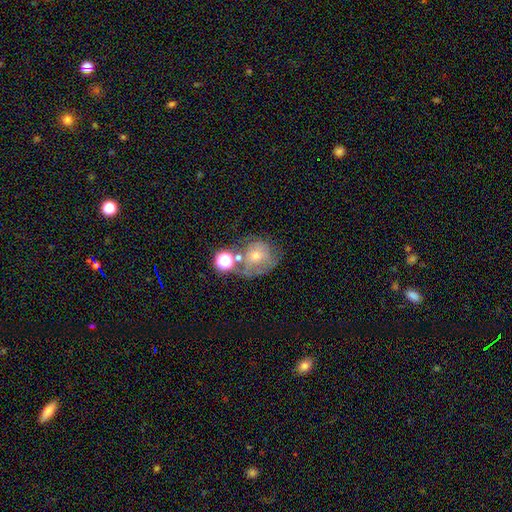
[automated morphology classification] featured or disk 45%, smooth 37%, star or artifact 18%. Down the decision tree: merging — none (46%).